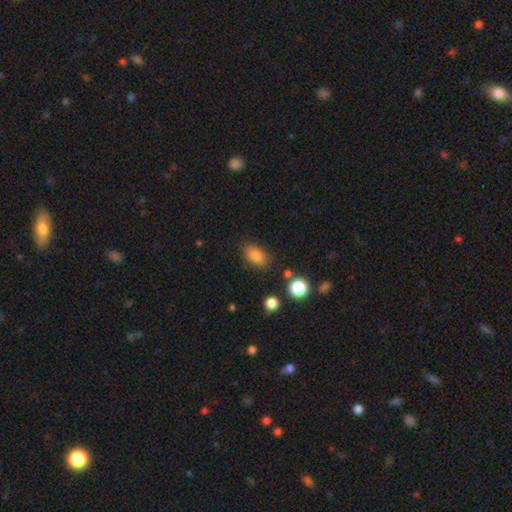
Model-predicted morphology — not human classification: smooth 84%, star or artifact 10%, featured or disk 6%. Down the decision tree: how rounded — in between (85%); merging — none (79%).